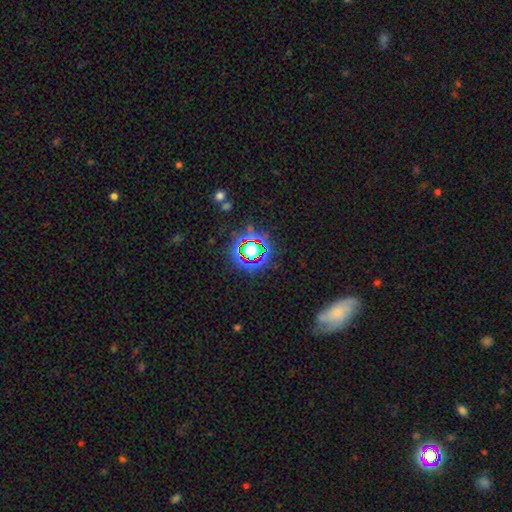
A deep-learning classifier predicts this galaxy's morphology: This is likely a star or artifact rather than a galaxy (68%).